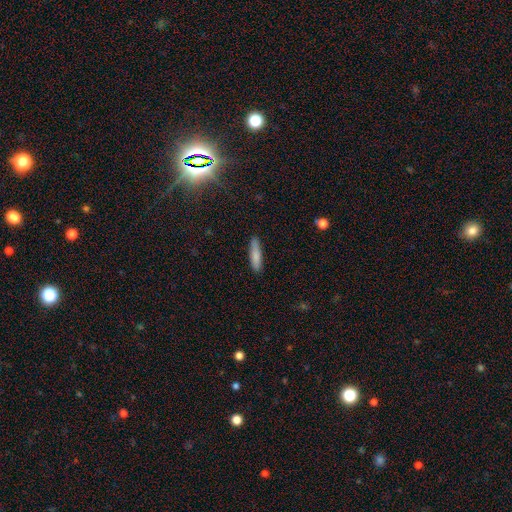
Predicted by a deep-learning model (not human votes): Overall: smooth (82%). How rounded: cigar-shaped (83%). Merging: none (88%).